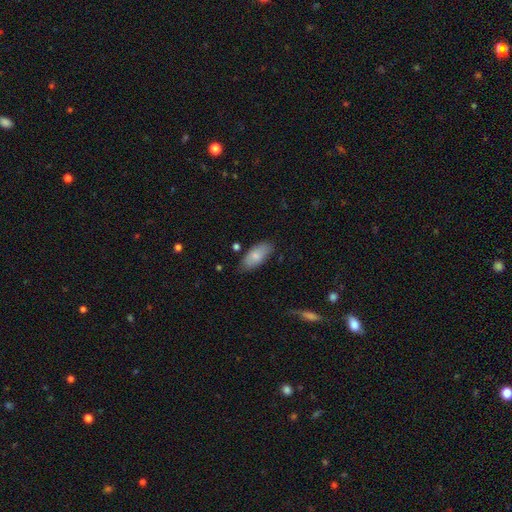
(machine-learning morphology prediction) This is likely a smooth galaxy (80%). How rounded: clearly in between (88%). Merging: likely none (78%).